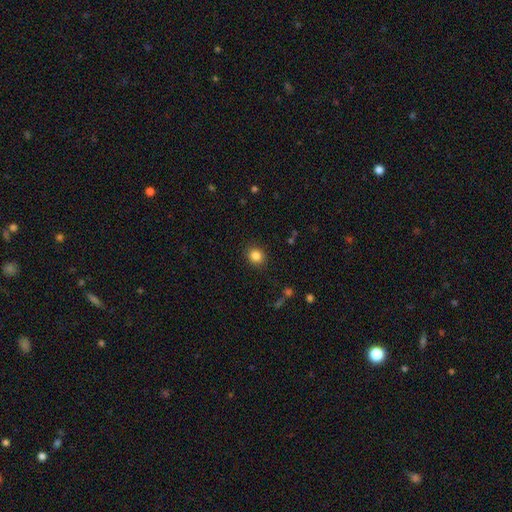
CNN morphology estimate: This appears to be a smooth galaxy with no disk features (85%) that is round (76%). Merging: none (89%).